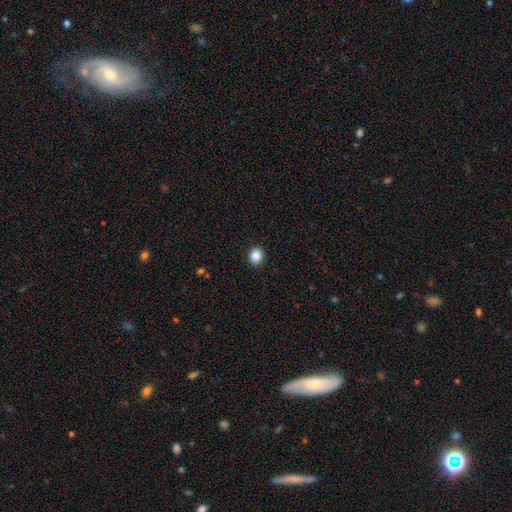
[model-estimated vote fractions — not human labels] This is clearly a smooth galaxy (86%). How rounded: likely round (69%). Merging: clearly none (92%).